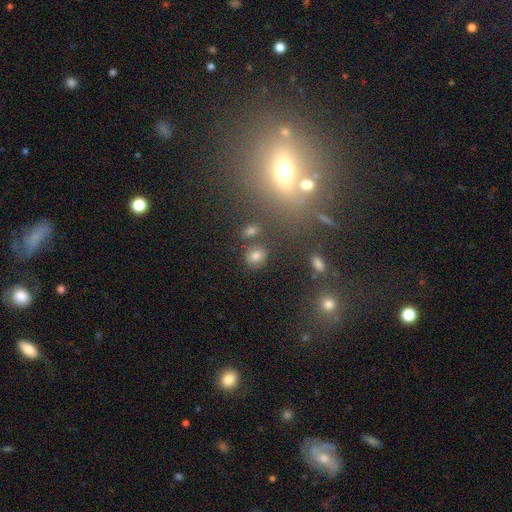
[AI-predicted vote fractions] Overall: smooth (77%). How rounded: round (74%). Merging: none (80%).